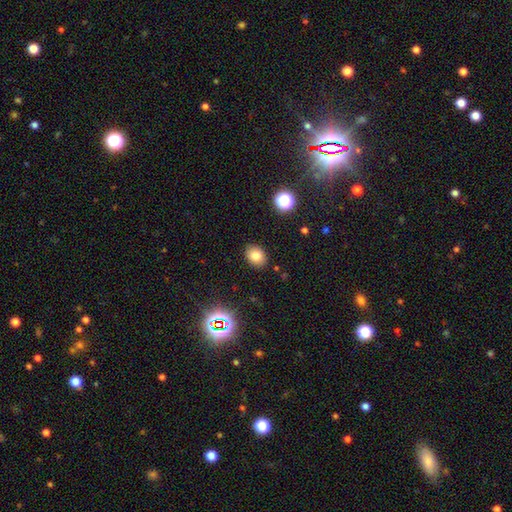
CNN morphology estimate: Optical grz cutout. It shows a smooth galaxy with no disk features (79%) that is in between round and cigar-shaped (61%). Merging: none (87%).